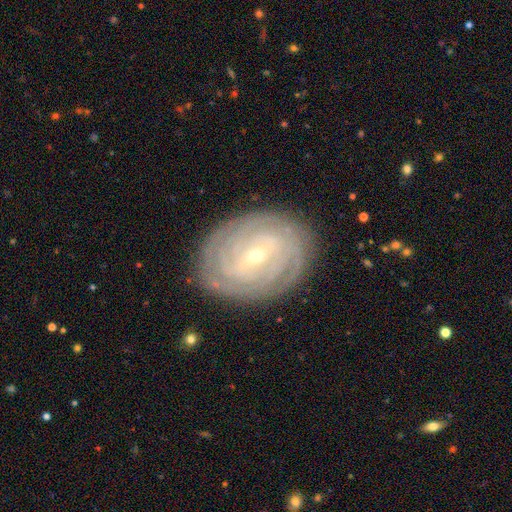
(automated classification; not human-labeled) Smooth or featured? featured or disk (87%)
Edge-on disk? no (96%)
Bar? weak (47%)
Spiral arms? yes (96%)
Spiral winding? tight (86%)
Spiral arm count? can't tell (33%)
Bulge size? small (74%)
Merging? none (85%)